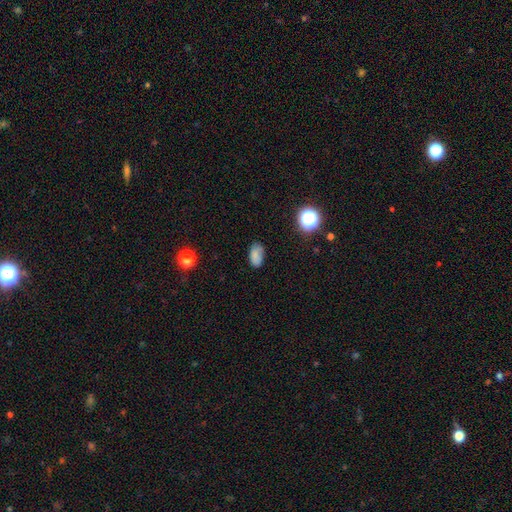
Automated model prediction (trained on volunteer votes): Smooth or featured: smooth — 77% (star or artifact — 13%)
How rounded: in between — 91% (round — 7%)
Merging: none — 73% (minor disturbance — 20%)